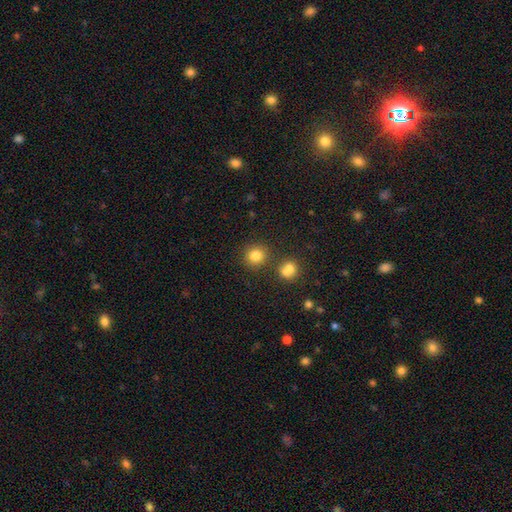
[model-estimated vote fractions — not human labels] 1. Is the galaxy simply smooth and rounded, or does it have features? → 82% smooth, 12% star or artifact, 6% featured or disk.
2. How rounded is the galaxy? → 90% round, 9% in between, 1% cigar-shaped.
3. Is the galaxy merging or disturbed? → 81% none, 9% merger, 8% minor disturbance, 3% major disturbance.